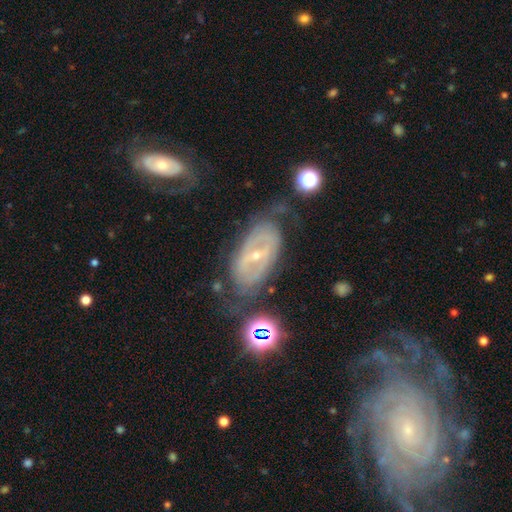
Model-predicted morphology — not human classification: Smooth or featured: featured or disk — 78% (smooth — 14%)
Edge-on disk: no — 91% (yes — 9%)
Bar: strong — 46% (weak — 34%)
Spiral arms: yes — 68% (no — 32%)
Bulge size: small — 73% (moderate — 24%)
Merging: none — 64% (minor disturbance — 20%)